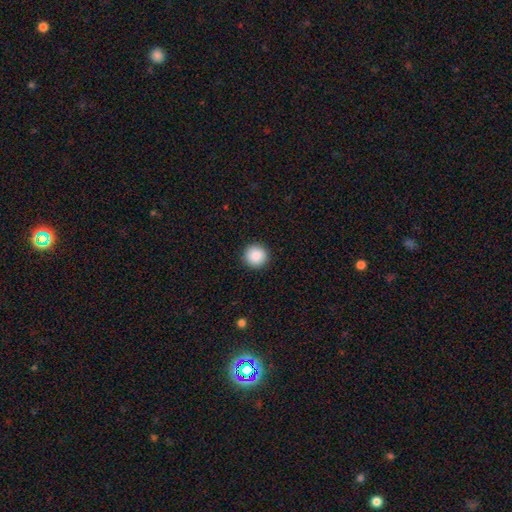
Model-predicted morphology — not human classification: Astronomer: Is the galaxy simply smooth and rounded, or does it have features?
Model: smooth — 88%.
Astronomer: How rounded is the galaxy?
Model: round — 96%.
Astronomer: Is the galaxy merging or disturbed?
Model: none — 93%.